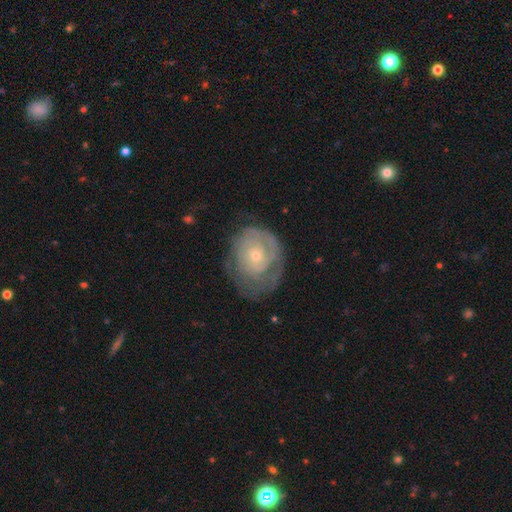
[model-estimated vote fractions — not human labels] Smooth or featured?
  - featured or disk: 70% *
  - smooth: 24%
  - star or artifact: 6%
Edge-on disk?
  - no: 97% *
  - yes: 3%
Bar?
  - no: 81% *
  - weak: 16%
  - strong: 3%
Spiral arms?
  - yes: 76% *
  - no: 24%
Spiral winding?
  - tight: 71% *
  - medium: 21%
  - loose: 8%
Spiral arm count?
  - can't tell: 52% *
  - 2: 21%
  - 1: 13%
  - 3: 7%
  - 4: 4%
  - more than 4: 3%
Bulge size?
  - small: 70% *
  - moderate: 27%
  - large: 2%
  - none: 1%
  - dominant: 1%
Merging?
  - none: 55% *
  - minor disturbance: 26%
  - major disturbance: 18%
  - merger: 1%